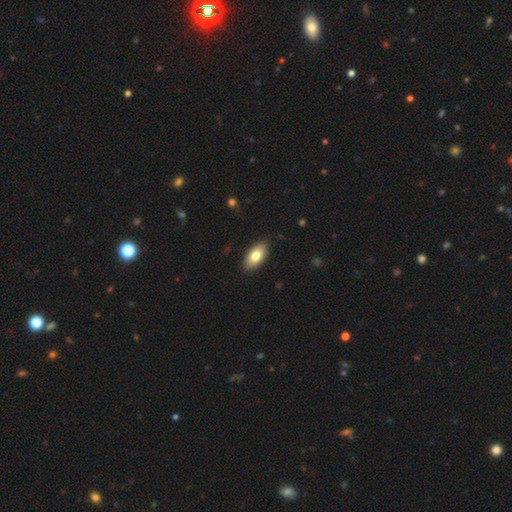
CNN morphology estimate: smooth_or_featured: smooth (p=0.80) [alt: featured or disk p=0.14]
how_rounded: in between (p=0.93) [alt: cigar-shaped p=0.04]
merging: none (p=0.89) [alt: minor disturbance p=0.08]